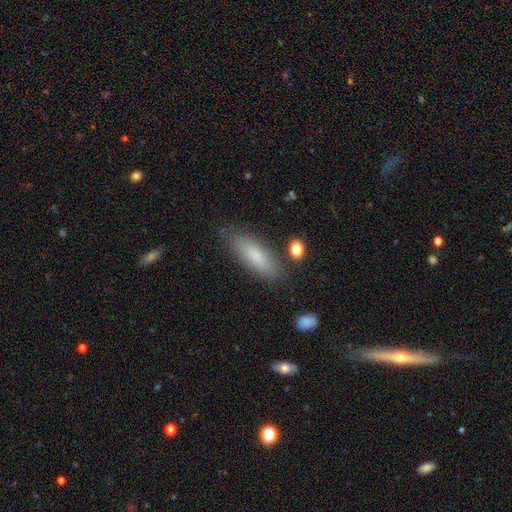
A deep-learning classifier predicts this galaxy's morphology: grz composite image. It shows a smooth galaxy with no disk features (81%) that is in between round and cigar-shaped (58%). Merging: none (81%).